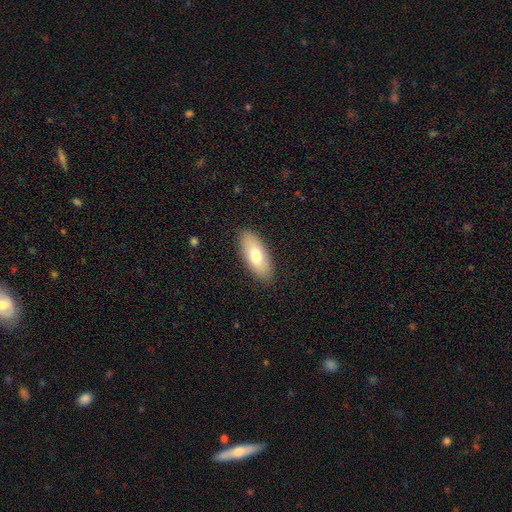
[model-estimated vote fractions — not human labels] A smooth galaxy with no disk features (72%) that is in between round and cigar-shaped (83%). Merging: none (88%).